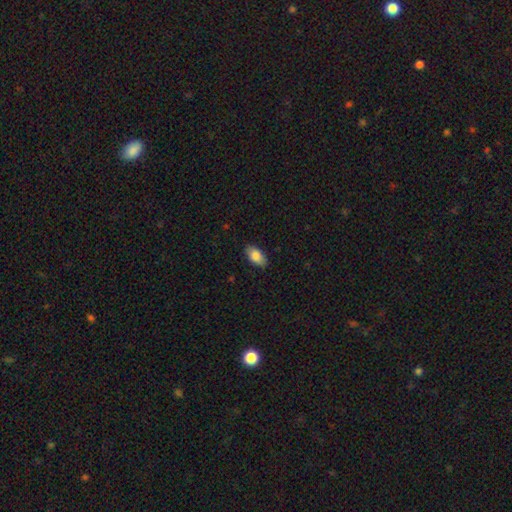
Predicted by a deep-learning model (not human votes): Overall: smooth (85%). How rounded: in between (93%). Merging: none (87%).